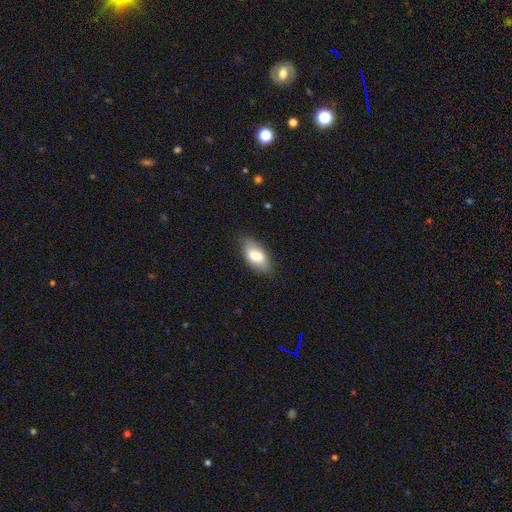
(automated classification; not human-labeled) Morphology: type=smooth (73%); roundness=in between (90%); merging=none (80%).